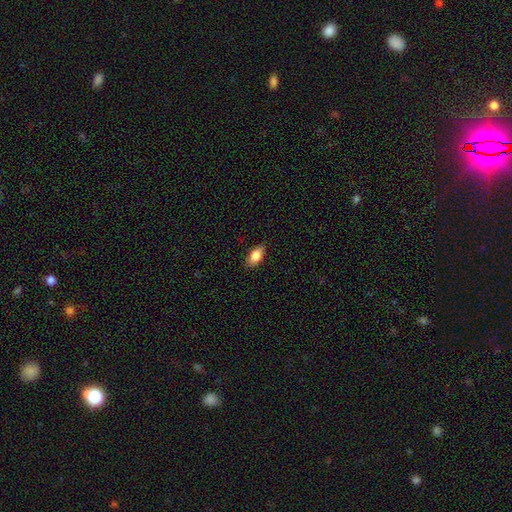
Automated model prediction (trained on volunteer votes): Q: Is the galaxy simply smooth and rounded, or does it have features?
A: smooth — 84%.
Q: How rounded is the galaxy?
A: in between — 90%.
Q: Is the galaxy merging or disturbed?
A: none — 85%.